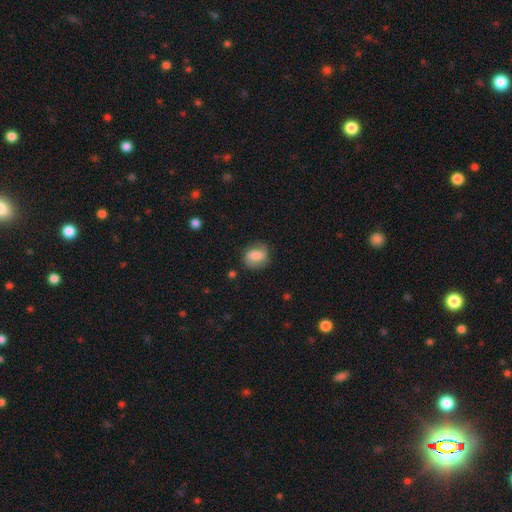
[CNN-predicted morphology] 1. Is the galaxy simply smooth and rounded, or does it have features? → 69% smooth, 23% featured or disk, 8% star or artifact.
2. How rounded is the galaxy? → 53% in between, 45% round, 2% cigar-shaped.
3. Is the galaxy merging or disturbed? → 71% none, 20% minor disturbance, 7% major disturbance, 2% merger.